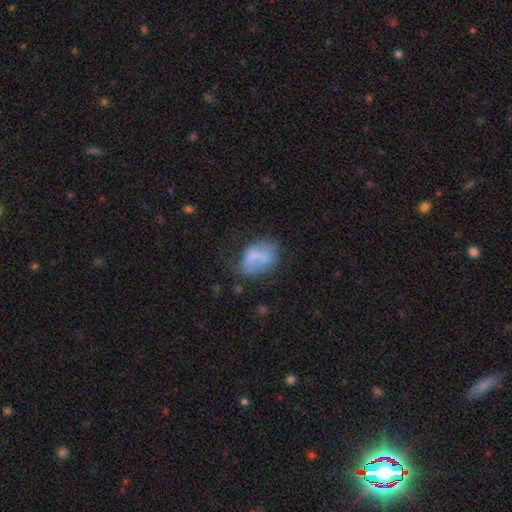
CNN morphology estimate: Overall: smooth (62%; featured or disk 28%). How rounded: in between (80%). Merging: none (42%; minor disturbance 29%).